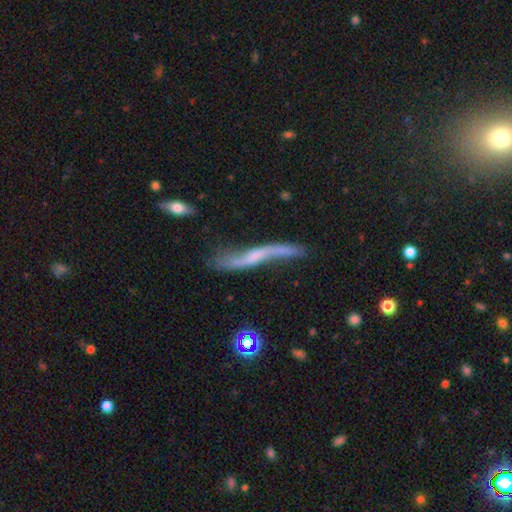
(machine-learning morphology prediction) Smooth or featured: featured or disk — 68% (smooth — 23%)
Edge-on disk: no — 56% (yes — 44%)
Merging: none — 46% (minor disturbance — 26%)